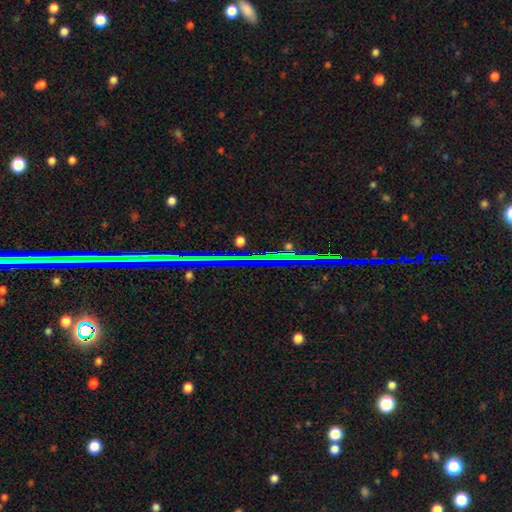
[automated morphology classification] A star or artifact, not a galaxy (84%).